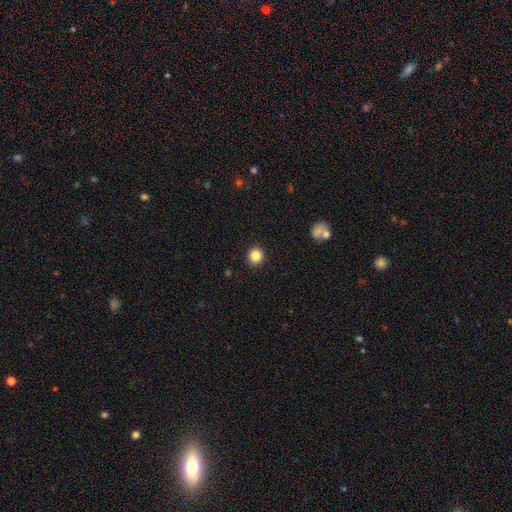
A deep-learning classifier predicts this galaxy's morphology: Q: Smooth or featured?
A: smooth (85%); runner-up: star or artifact (10%)
Q: How rounded?
A: round (91%); runner-up: in between (8%)
Q: Merging?
A: none (92%); runner-up: minor disturbance (5%)